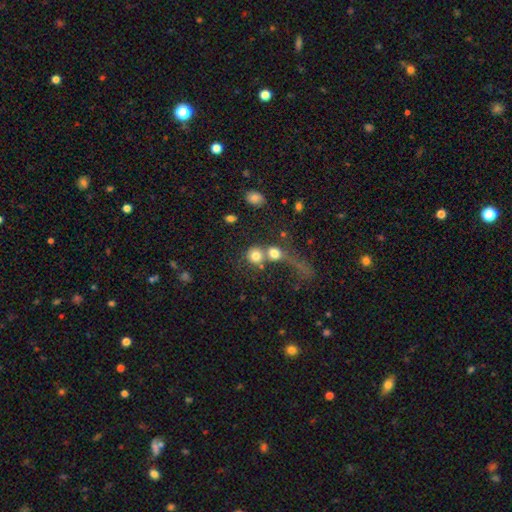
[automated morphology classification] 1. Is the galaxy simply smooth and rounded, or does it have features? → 77% smooth, 12% star or artifact, 11% featured or disk.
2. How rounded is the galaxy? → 87% round, 12% in between, 2% cigar-shaped.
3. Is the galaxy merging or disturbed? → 46% merger, 39% none, 8% major disturbance, 7% minor disturbance.